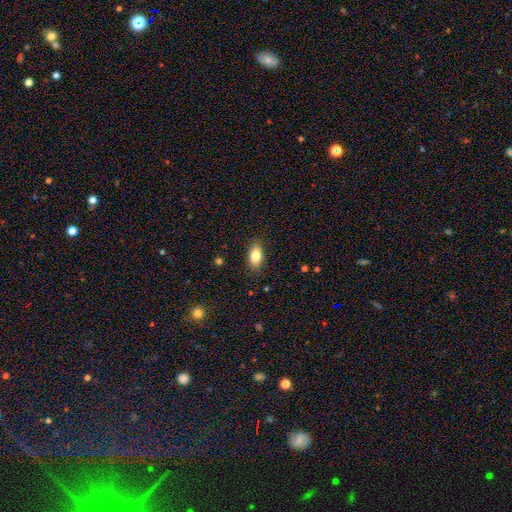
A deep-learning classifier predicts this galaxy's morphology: A smooth galaxy with no disk features (83%) that is in between round and cigar-shaped (89%).

Vote fractions:
- Smooth or featured? smooth: 83% / featured or disk: 9% / star or artifact: 8%
- How rounded? in between: 89% / round: 7% / cigar-shaped: 5%
- Merging? none: 84% / minor disturbance: 12% / major disturbance: 3% / merger: 1%